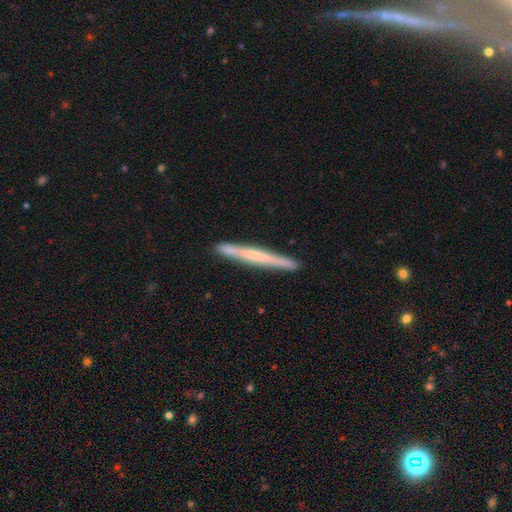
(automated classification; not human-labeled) featured or disk 50%, smooth 44%, star or artifact 6%. Down the decision tree: edge-on disk — yes (97%); merging — none (91%).